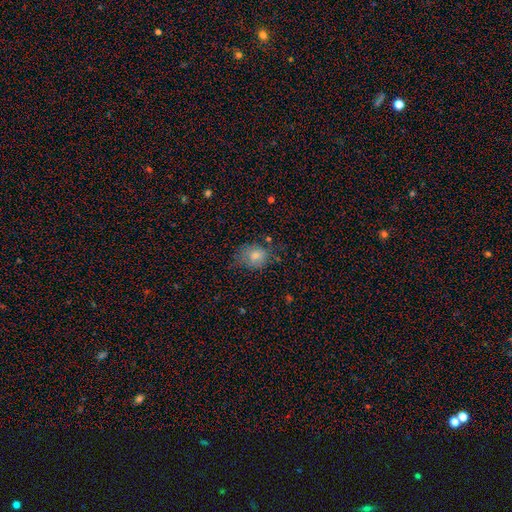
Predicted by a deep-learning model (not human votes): smooth-or-featured: smooth: 77% | featured or disk: 12% | star or artifact: 11%
  how-rounded: round: 56% | in between: 43% | cigar-shaped: 1%
  merging: none: 52% | minor disturbance: 31% | major disturbance: 13% | merger: 3%